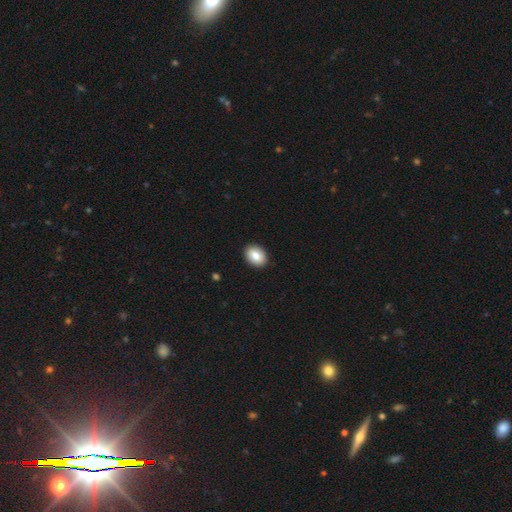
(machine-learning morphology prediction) Smooth or featured: smooth — 84% (featured or disk — 9%)
How rounded: in between — 68% (round — 31%)
Merging: none — 91% (minor disturbance — 6%)